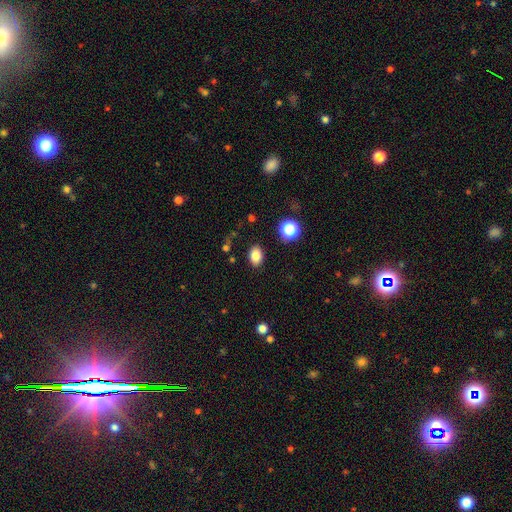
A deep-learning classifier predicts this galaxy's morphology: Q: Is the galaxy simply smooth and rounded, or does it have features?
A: smooth — 83%.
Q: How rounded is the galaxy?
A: in between — 77%.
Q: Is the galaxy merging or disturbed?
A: none — 86%.